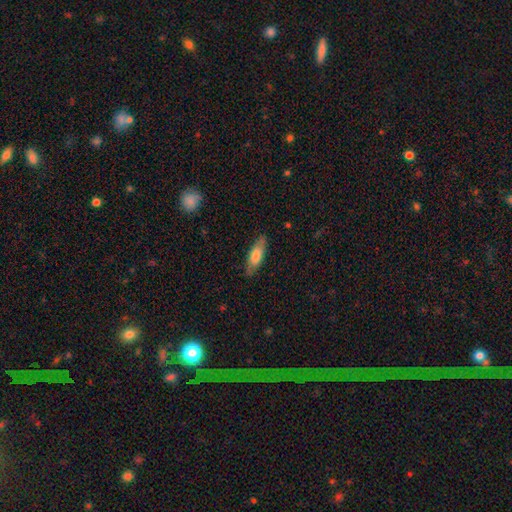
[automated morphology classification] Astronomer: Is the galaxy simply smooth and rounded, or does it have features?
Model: smooth — 71%.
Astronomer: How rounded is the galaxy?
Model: in between — 58% (runner-up: cigar-shaped, 40%).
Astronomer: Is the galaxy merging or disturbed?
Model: none — 81%.